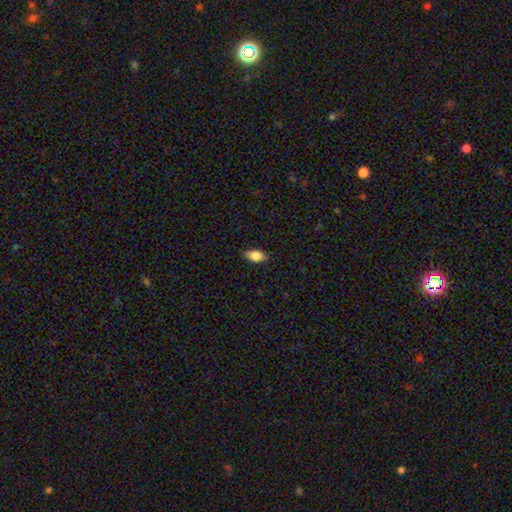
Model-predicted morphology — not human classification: Overall: smooth (80%). How rounded: in between (87%). Merging: none (84%).